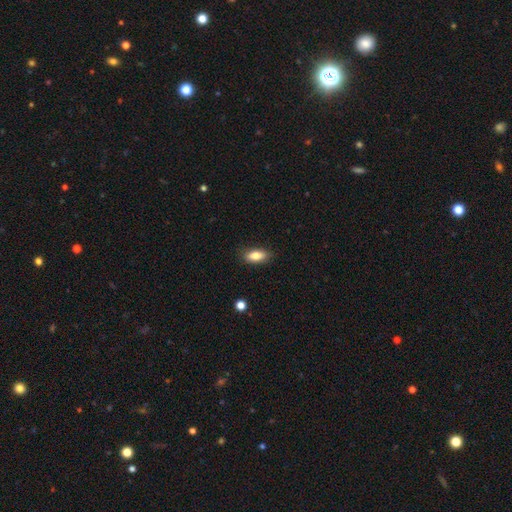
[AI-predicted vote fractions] Q: Smooth or featured?
A: smooth (82%); runner-up: featured or disk (11%)
Q: How rounded?
A: in between (83%); runner-up: cigar-shaped (14%)
Q: Merging?
A: none (86%); runner-up: minor disturbance (11%)